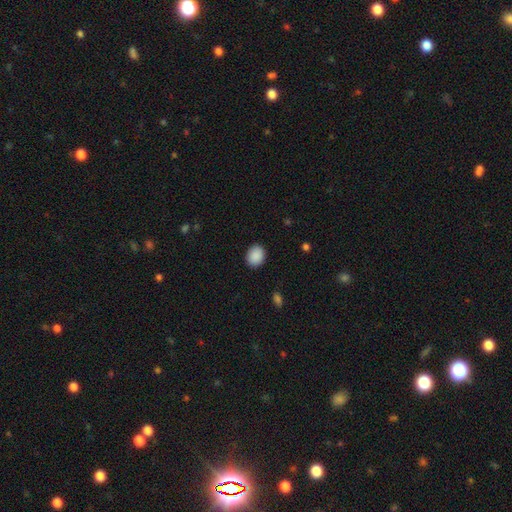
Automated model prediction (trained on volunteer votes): Smooth or featured? Predicted: smooth (p=0.90). How rounded? Predicted: round (p=0.50). Merging? Predicted: none (p=0.90).